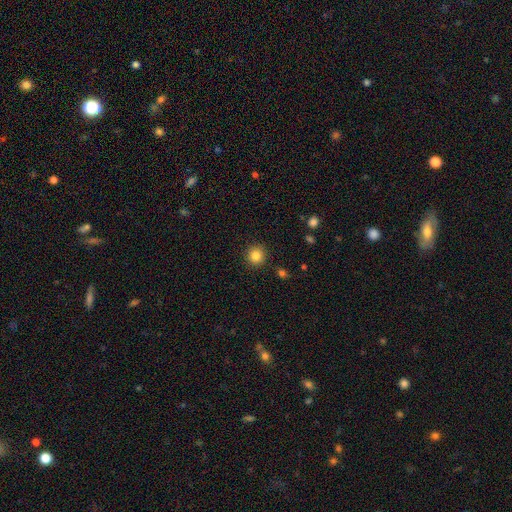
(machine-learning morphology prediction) This appears to be a smooth galaxy with no disk features (85%) that is round (93%). Merging: none (91%).